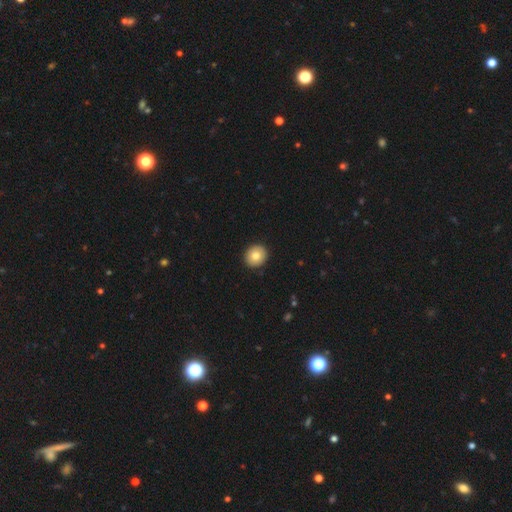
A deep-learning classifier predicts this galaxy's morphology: A smooth galaxy with no disk features (81%) that is round (81%).

Vote fractions:
- Smooth or featured? smooth: 81% / featured or disk: 11% / star or artifact: 8%
- How rounded? round: 81% / in between: 18% / cigar-shaped: 1%
- Merging? none: 92% / minor disturbance: 5% / major disturbance: 1% / merger: 1%